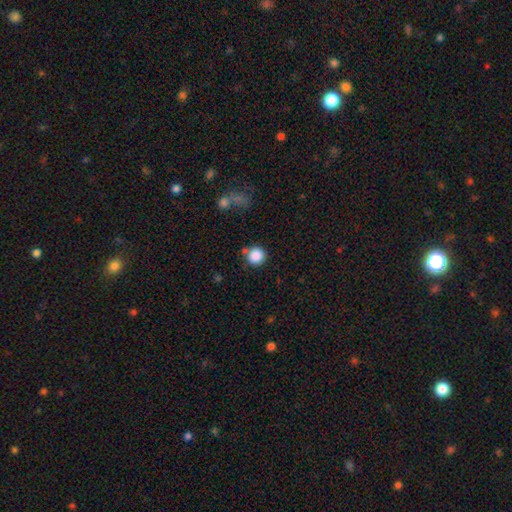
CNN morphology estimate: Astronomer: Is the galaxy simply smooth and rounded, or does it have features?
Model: smooth — 87%.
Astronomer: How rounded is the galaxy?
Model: round — 94%.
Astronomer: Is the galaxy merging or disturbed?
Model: none — 77%.